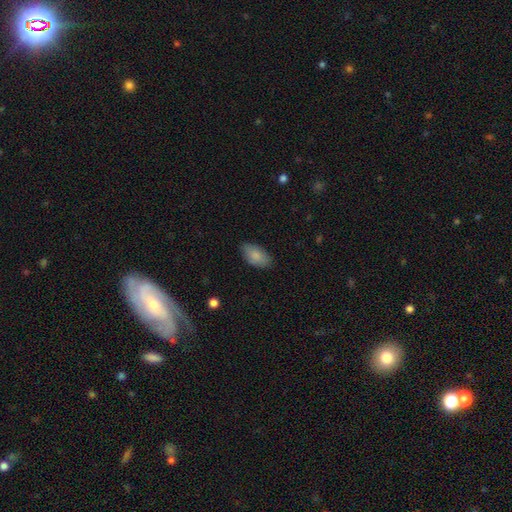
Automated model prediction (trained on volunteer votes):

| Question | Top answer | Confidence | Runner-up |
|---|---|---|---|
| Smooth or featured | smooth | 84% | featured or disk (9%) |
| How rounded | in between | 93% | round (3%) |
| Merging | none | 80% | minor disturbance (16%) |